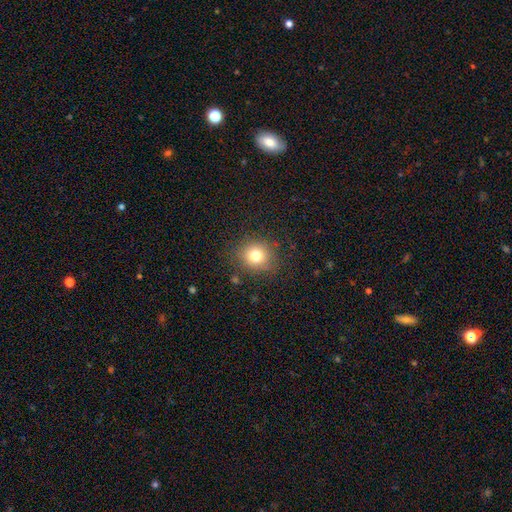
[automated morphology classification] Overall: smooth (78%). How rounded: round (86%). Merging: none (85%).